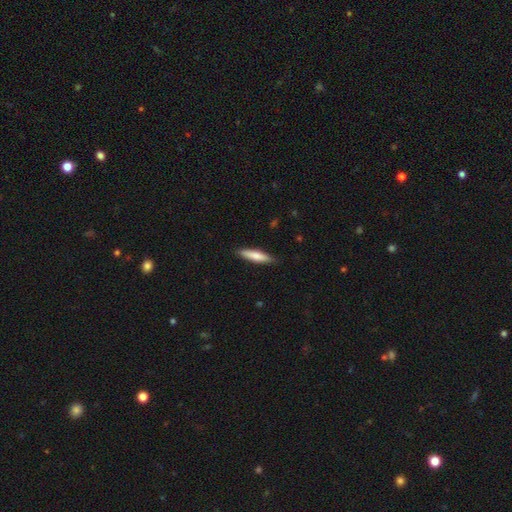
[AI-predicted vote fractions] smooth_or_featured: smooth (p=0.72) [alt: featured or disk p=0.22]
how_rounded: cigar-shaped (p=0.80) [alt: in between p=0.18]
merging: none (p=0.87) [alt: minor disturbance p=0.10]